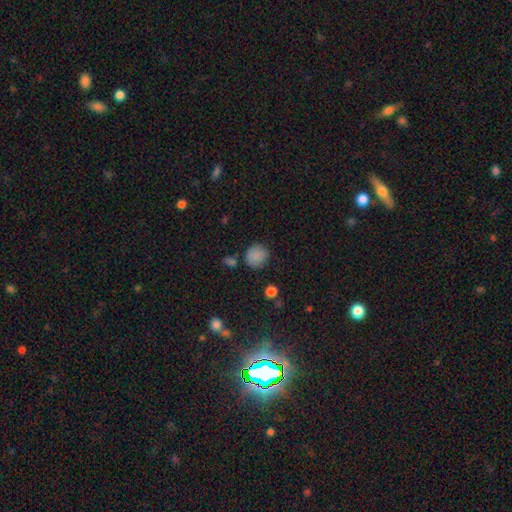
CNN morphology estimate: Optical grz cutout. It shows a smooth galaxy with no disk features (84%) that is round (89%). Merging: none (79%).